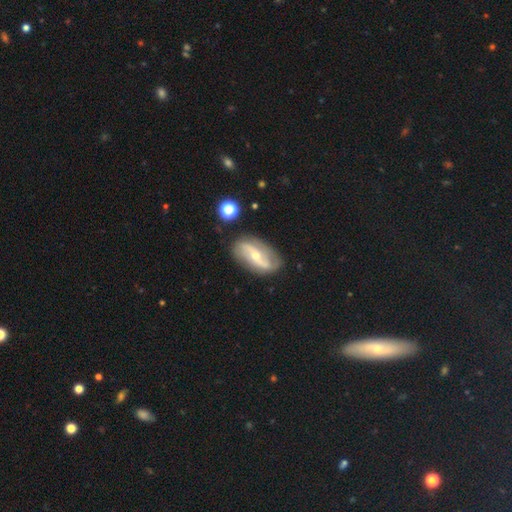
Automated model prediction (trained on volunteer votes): Q: Smooth or featured?
A: featured or disk (79%); runner-up: smooth (15%)
Q: Edge-on disk?
A: no (92%); runner-up: yes (8%)
Q: Bar?
A: strong (37%); runner-up: no (33%)
Q: Spiral arms?
A: yes (88%); runner-up: no (12%)
Q: Spiral winding?
A: loose (68%); runner-up: medium (22%)
Q: Spiral arm count?
A: 2 (89%); runner-up: can't tell (5%)
Q: Bulge size?
A: small (55%); runner-up: moderate (42%)
Q: Merging?
A: none (79%); runner-up: minor disturbance (14%)